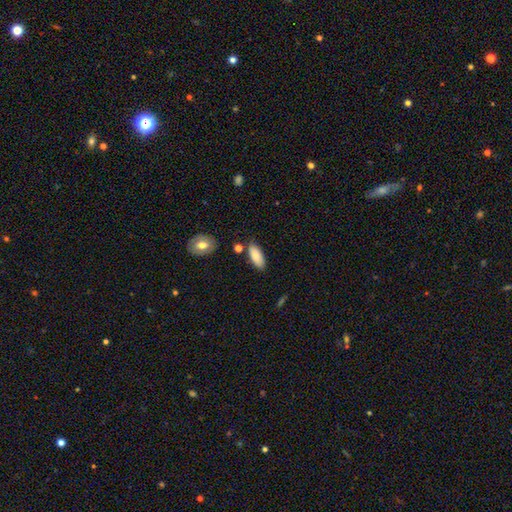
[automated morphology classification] Smooth or featured?
  - smooth: 84% *
  - featured or disk: 10%
  - star or artifact: 7%
How rounded?
  - in between: 83% *
  - cigar-shaped: 14%
  - round: 2%
Merging?
  - none: 77% *
  - minor disturbance: 15%
  - merger: 6%
  - major disturbance: 3%